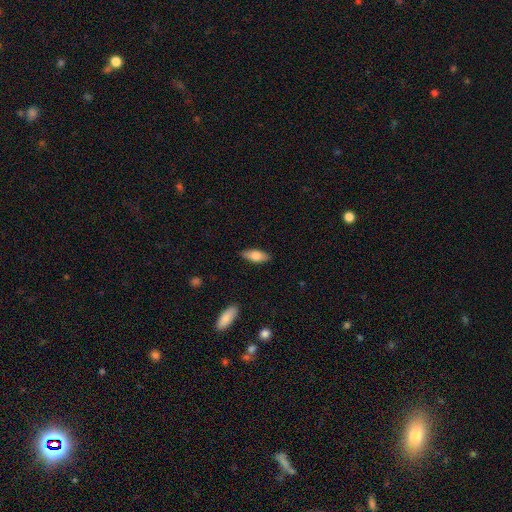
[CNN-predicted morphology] The model was most divided on "how rounded": in between: 75%, cigar-shaped: 23%, round: 2%. More confident: merging — none (86%); smooth or featured — smooth (76%).